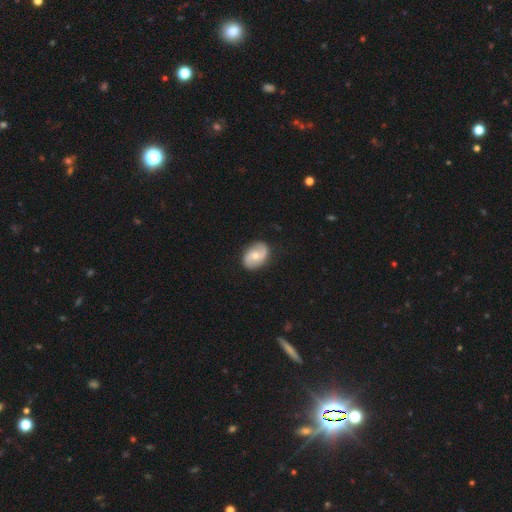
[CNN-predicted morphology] Smooth or featured? featured or disk (63%)
Edge-on disk? no (97%)
Bar? no (53%)
Spiral arms? yes (89%)
Spiral winding? medium (42%)
Spiral arm count? 2 (90%)
Bulge size? moderate (65%)
Merging? none (86%)